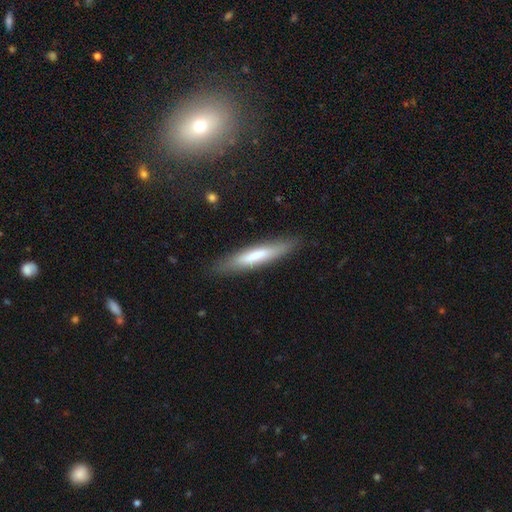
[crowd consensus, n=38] Smooth or featured: smooth — 66% (featured or disk — 29%)
How rounded: cigar-shaped — 84% (in between — 16%)
Merging: none — 86% (minor disturbance — 11%)